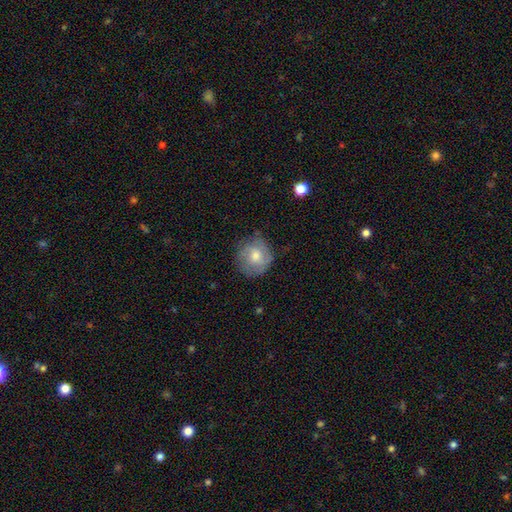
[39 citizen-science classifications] smooth_or_featured: smooth (p=0.56) [alt: featured or disk p=0.36]
how_rounded: round (p=1.00)
merging: none (p=0.72) [alt: minor disturbance p=0.17]